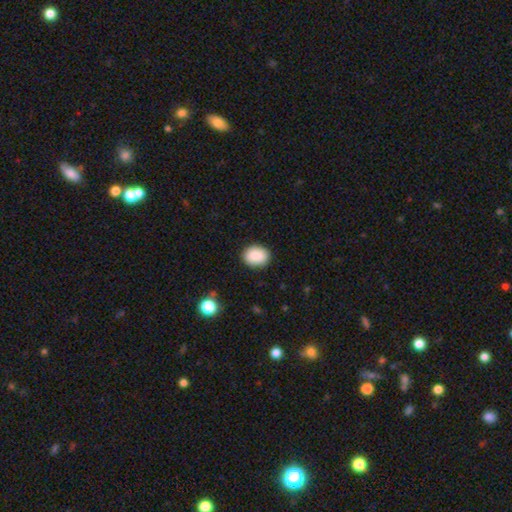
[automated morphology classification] Overall: smooth (89%). How rounded: in between (59%; round 40%). Merging: none (87%).